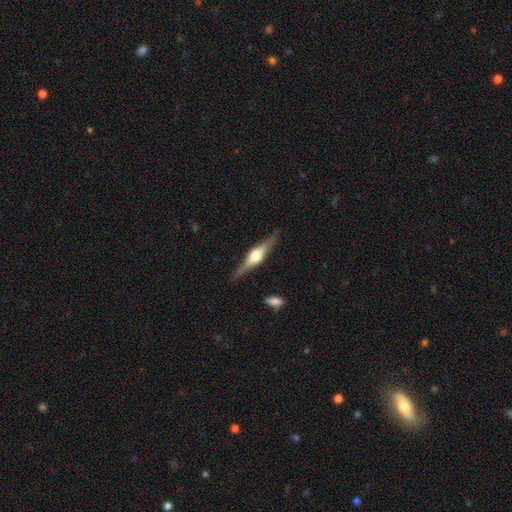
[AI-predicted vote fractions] smooth_or_featured: featured or disk (p=0.75) [alt: smooth p=0.20]
disk_edge_on: yes (p=0.97) [alt: no p=0.03]
edge_on_bulge: rounded (p=0.91) [alt: boxy p=0.07]
merging: none (p=0.86) [alt: minor disturbance p=0.10]